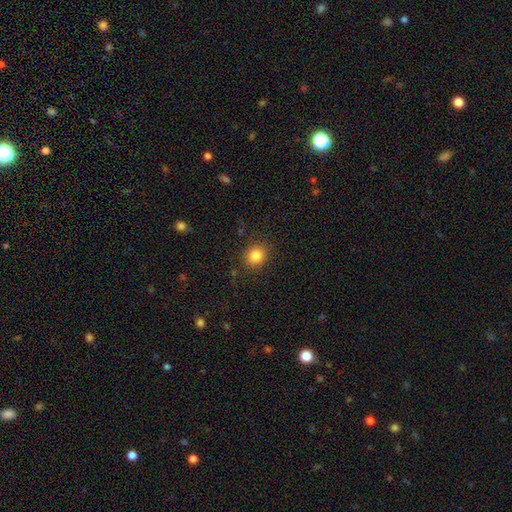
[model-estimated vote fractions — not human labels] A smooth galaxy with no disk features (83%) that is round (80%). Merging: none (87%).